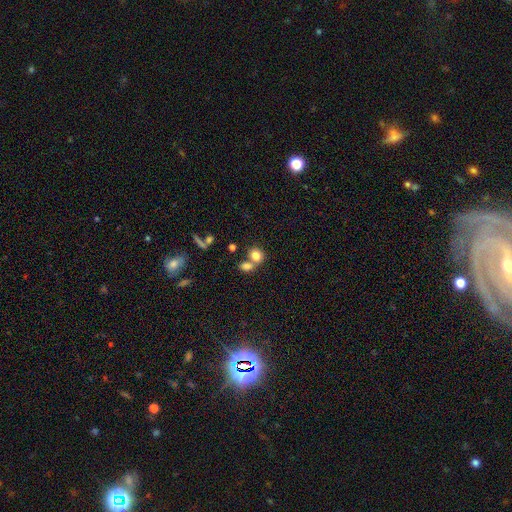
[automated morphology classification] Q: Smooth or featured?
A: smooth (78%); runner-up: star or artifact (11%)
Q: How rounded?
A: round (67%); runner-up: in between (32%)
Q: Merging?
A: merger (49%); runner-up: none (39%)